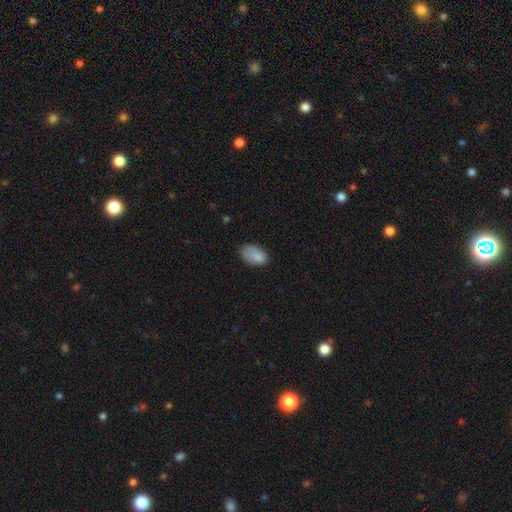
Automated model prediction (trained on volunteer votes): Morphology: type=smooth (82%); roundness=in between (90%); merging=none (55%).